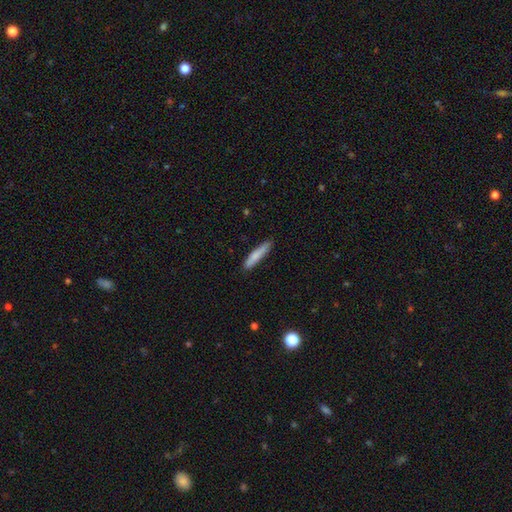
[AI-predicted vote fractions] Smooth or featured?
  - smooth: 79% *
  - featured or disk: 15%
  - star or artifact: 6%
How rounded?
  - cigar-shaped: 89% *
  - in between: 10%
  - round: 1%
Merging?
  - none: 85% *
  - minor disturbance: 12%
  - major disturbance: 2%
  - merger: 1%